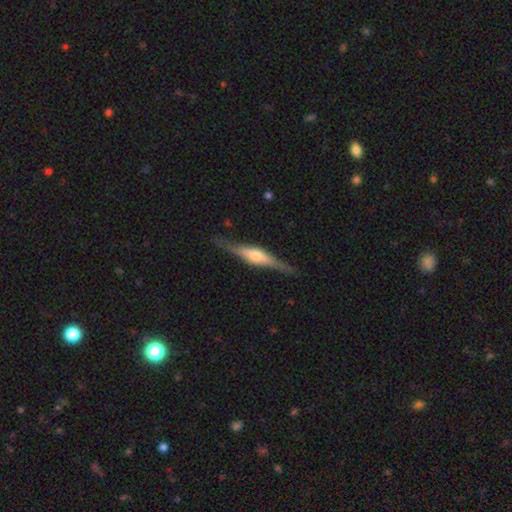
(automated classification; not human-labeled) Smooth or featured?
  - featured or disk: 77% *
  - smooth: 18%
  - star or artifact: 5%
Edge-on disk?
  - yes: 97% *
  - no: 3%
Edge-on bulge?
  - rounded: 79% *
  - boxy: 17%
  - none: 4%
Merging?
  - none: 85% *
  - minor disturbance: 11%
  - major disturbance: 3%
  - merger: 1%